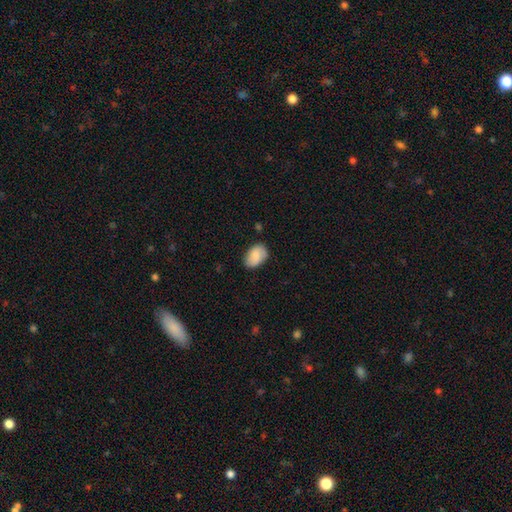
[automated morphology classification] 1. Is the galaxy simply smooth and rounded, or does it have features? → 75% smooth, 18% featured or disk, 7% star or artifact.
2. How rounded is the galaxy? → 87% in between, 12% round, 1% cigar-shaped.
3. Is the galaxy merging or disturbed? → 76% none, 19% minor disturbance, 4% major disturbance, 2% merger.